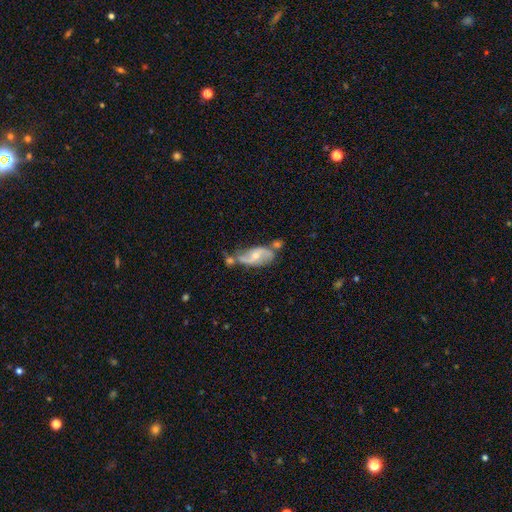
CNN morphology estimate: The model was most divided on "bulge size": moderate: 49%, small: 47%, none: 2%, large: 2%, dominant: 1%. Remaining: edge-on disk — no (94%); spiral arms — yes (88%); spiral arm count — 2 (88%); smooth or featured — featured or disk (74%); spiral winding — loose (56%); bar — no (47%); merging — none (39%).